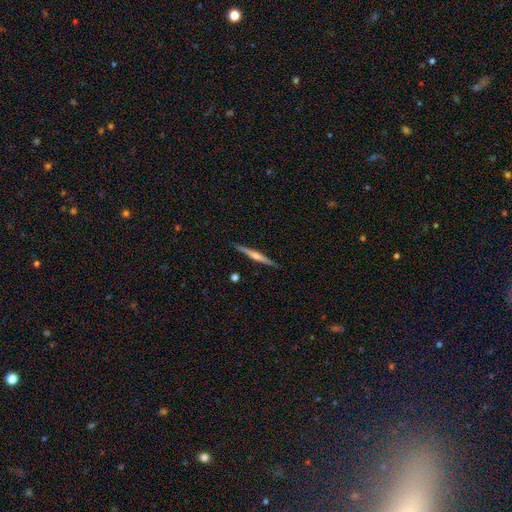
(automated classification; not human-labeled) Morphology: type=featured or disk (73%); edge-on=yes (98%); edge-on bulge=rounded (75%); merging=none (91%).